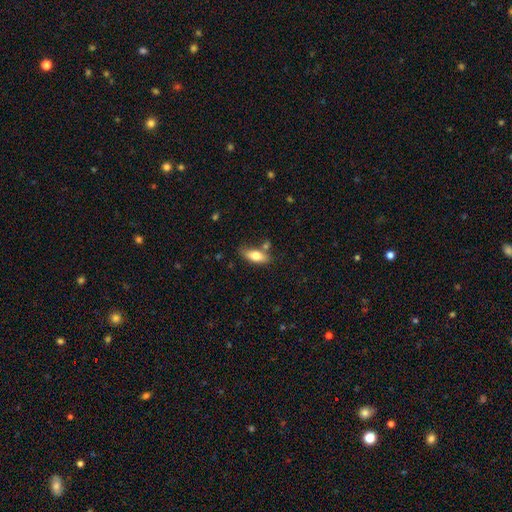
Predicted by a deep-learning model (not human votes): smooth-or-featured: smooth: 73% | featured or disk: 21% | star or artifact: 7%
  how-rounded: in between: 76% | cigar-shaped: 21% | round: 3%
  merging: none: 69% | minor disturbance: 16% | merger: 11% | major disturbance: 4%